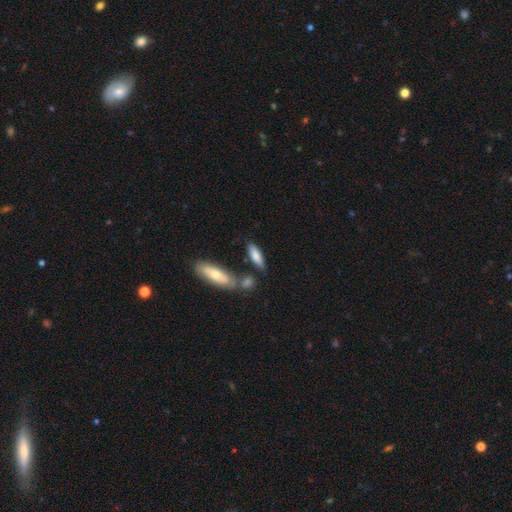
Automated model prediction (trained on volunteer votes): Smooth or featured? Predicted: smooth (p=0.76). How rounded? Predicted: in between (p=0.52). Merging? Predicted: none (p=0.63).